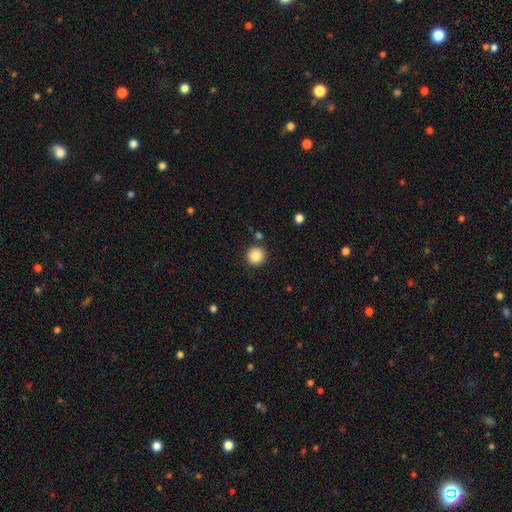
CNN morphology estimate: type=smooth (86%); roundness=round (94%); merging=none (89%).